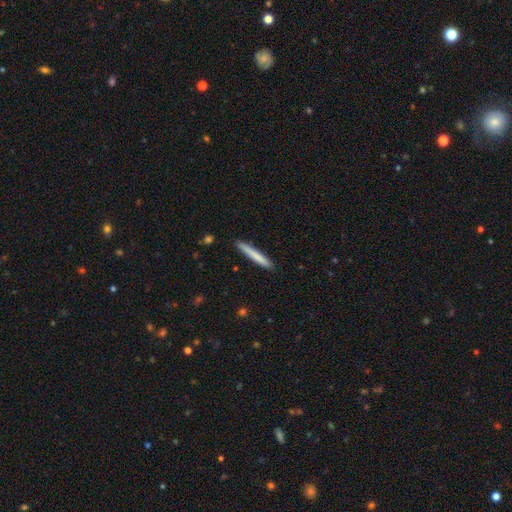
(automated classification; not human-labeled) A smooth galaxy with no disk features (75%) that is cigar-shaped (96%).

Vote fractions:
- Smooth or featured? smooth: 75% / featured or disk: 19% / star or artifact: 5%
- How rounded? cigar-shaped: 96% / in between: 3% / round: 1%
- Merging? none: 90% / minor disturbance: 7% / major disturbance: 1% / merger: 1%